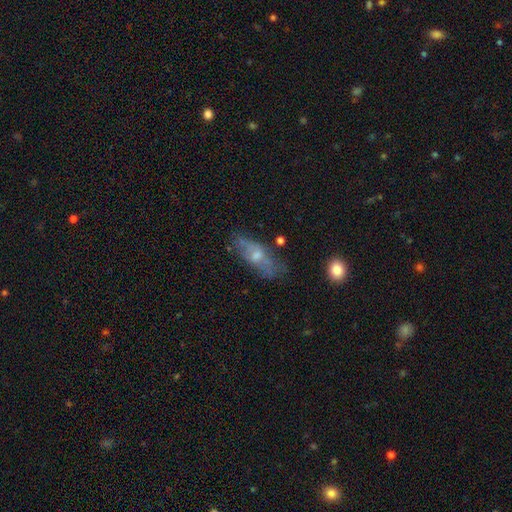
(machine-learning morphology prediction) Smooth or featured: featured or disk — 52% (smooth — 38%)
Edge-on disk: no — 71% (yes — 29%)
Merging: none — 61% (minor disturbance — 24%)